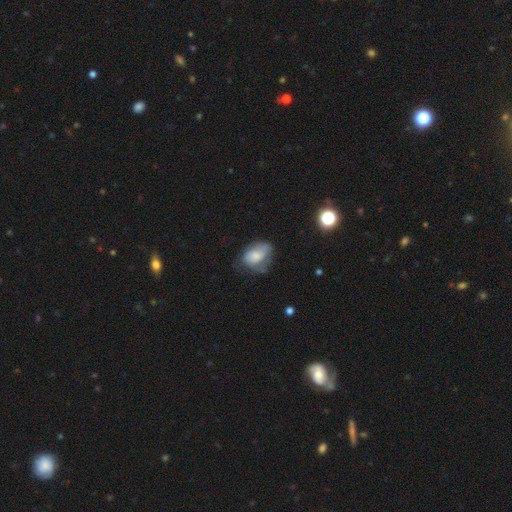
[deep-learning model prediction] Smooth or featured?
  - smooth: 62% *
  - featured or disk: 29%
  - star or artifact: 8%
How rounded?
  - in between: 77% *
  - round: 22%
  - cigar-shaped: 1%
Merging?
  - none: 41% *
  - minor disturbance: 35%
  - major disturbance: 21%
  - merger: 3%